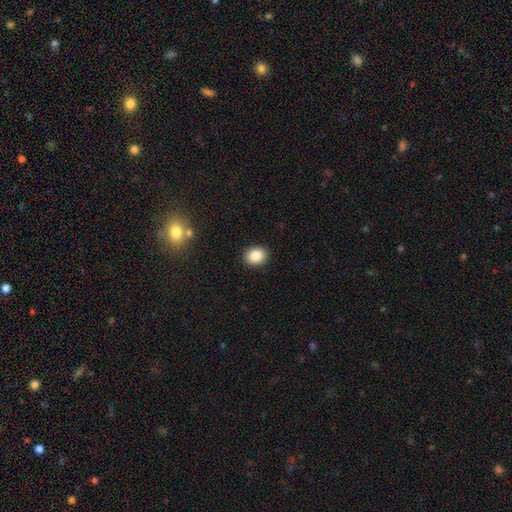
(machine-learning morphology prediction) Overall: smooth (85%). How rounded: round (56%; in between 43%). Merging: none (91%).